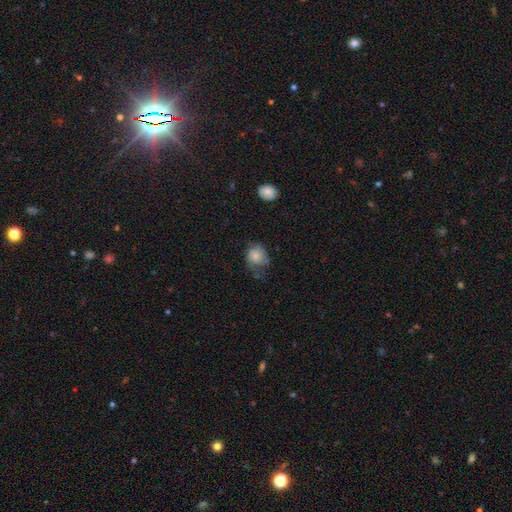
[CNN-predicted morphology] Overall: smooth (63%; featured or disk 29%). How rounded: round (61%; in between 38%). Merging: none (44%; minor disturbance 31%).